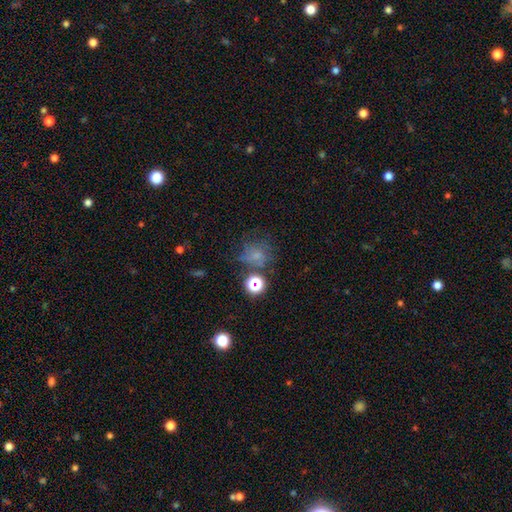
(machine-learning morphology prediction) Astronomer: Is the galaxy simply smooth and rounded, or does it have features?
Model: smooth — 54%.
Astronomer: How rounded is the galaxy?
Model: round — 77%.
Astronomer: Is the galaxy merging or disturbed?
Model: none — 52%.